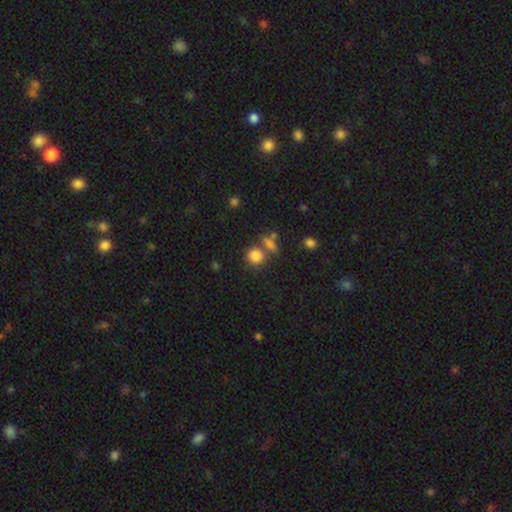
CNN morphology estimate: Smooth or featured?
  - smooth: 82% *
  - star or artifact: 12%
  - featured or disk: 6%
How rounded?
  - round: 85% *
  - in between: 13%
  - cigar-shaped: 2%
Merging?
  - none: 65% *
  - merger: 20%
  - minor disturbance: 10%
  - major disturbance: 4%